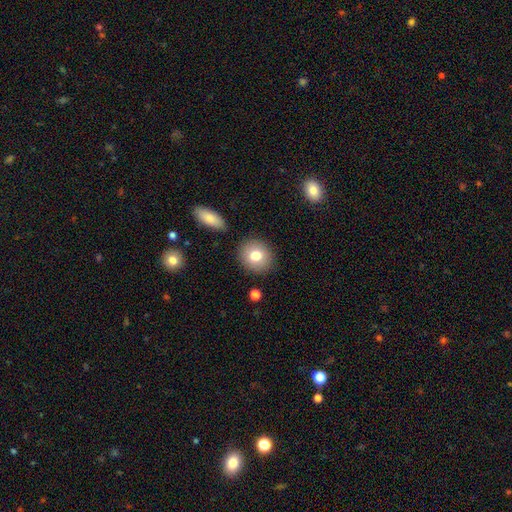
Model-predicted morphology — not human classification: Smooth or featured? Predicted: smooth (p=0.78). How rounded? Predicted: round (p=0.79). Merging? Predicted: none (p=0.87).